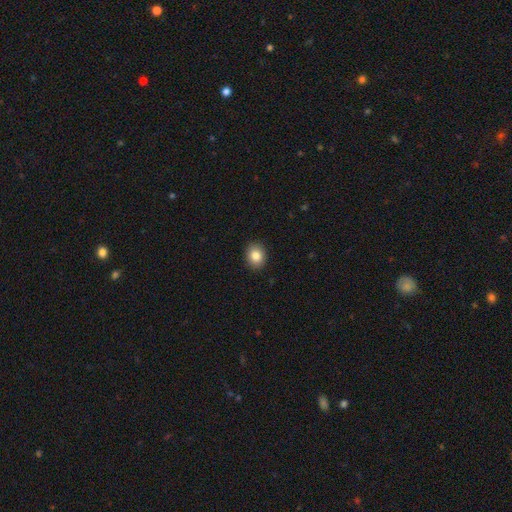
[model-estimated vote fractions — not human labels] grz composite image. It shows a smooth galaxy with no disk features (84%) that is round (58%). Merging: none (91%).